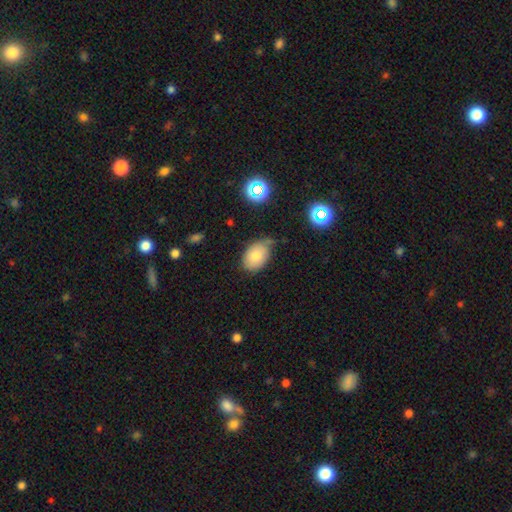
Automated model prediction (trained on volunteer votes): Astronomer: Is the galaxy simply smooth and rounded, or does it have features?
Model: smooth — 76%.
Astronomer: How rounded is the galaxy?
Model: in between — 82%.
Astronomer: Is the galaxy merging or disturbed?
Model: none — 56% (runner-up: minor disturbance, 32%).